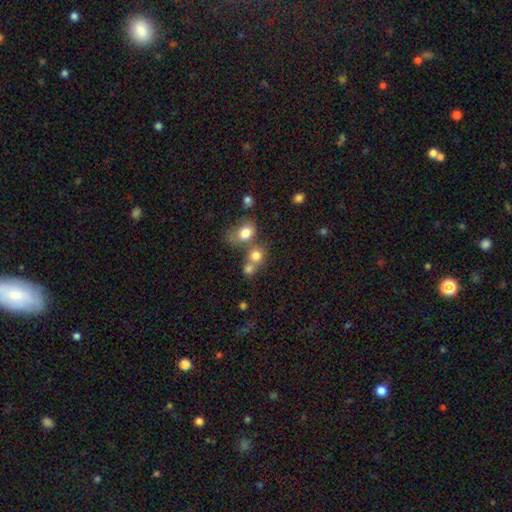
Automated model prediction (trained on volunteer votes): Smooth or featured: smooth — 76% (star or artifact — 13%)
How rounded: round — 75% (in between — 24%)
Merging: merger — 45% (none — 42%)